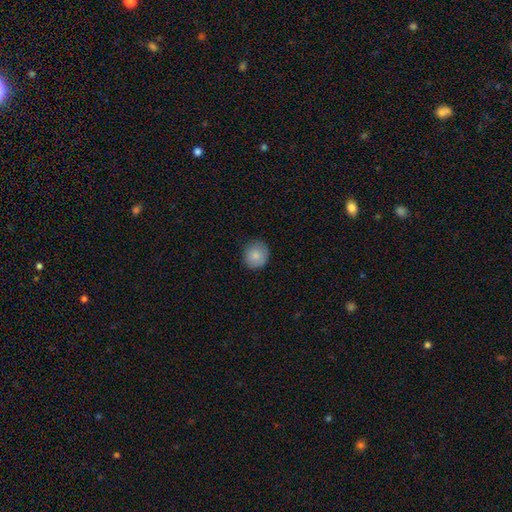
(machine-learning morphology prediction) smooth_or_featured: smooth (p=0.84) [alt: star or artifact p=0.08]
how_rounded: round (p=0.87) [alt: in between p=0.12]
merging: none (p=0.82) [alt: minor disturbance p=0.14]